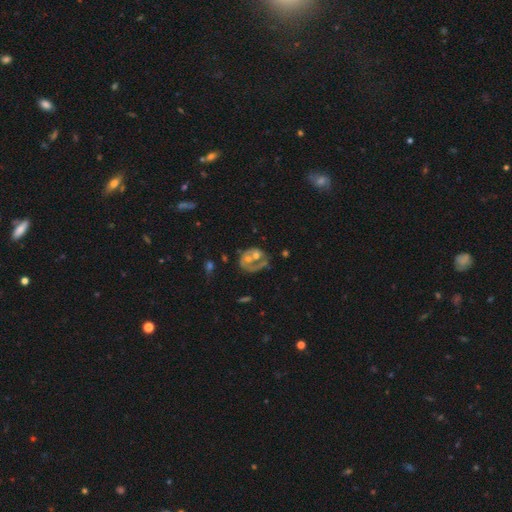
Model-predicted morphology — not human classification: A featured or disk galaxy (65%) with no bar (84%), no spiral arms (57%) and a moderate central bulge (56%). Merging: merger (34%).